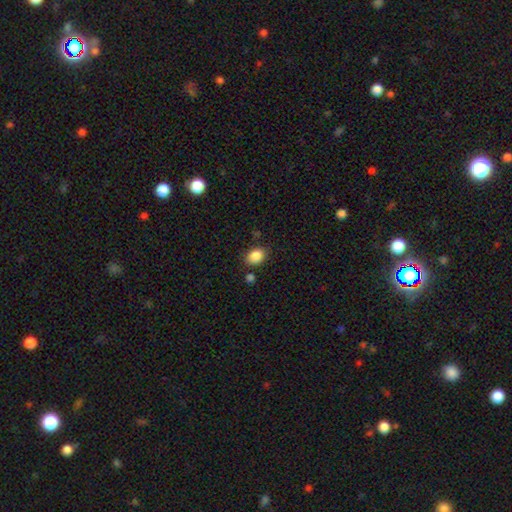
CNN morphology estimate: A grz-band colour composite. It shows a smooth galaxy with no disk features (87%) that is in between round and cigar-shaped (66%). Merging: none (77%).